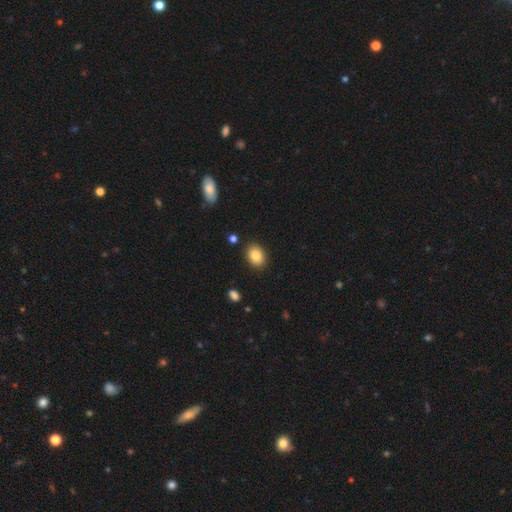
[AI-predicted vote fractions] Morphology: type=smooth (86%); roundness=in between (70%); merging=none (87%).